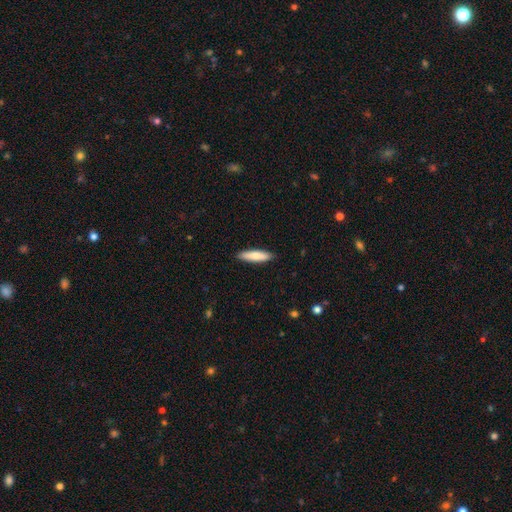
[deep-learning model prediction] This is clearly a smooth galaxy (81%). How rounded: likely cigar-shaped (74%). Merging: clearly none (90%).